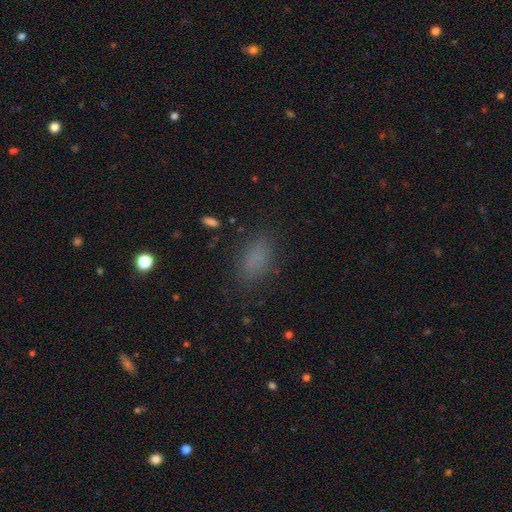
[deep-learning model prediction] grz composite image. It shows a smooth galaxy with no disk features (79%) that is in between round and cigar-shaped (89%). Merging: none (84%).